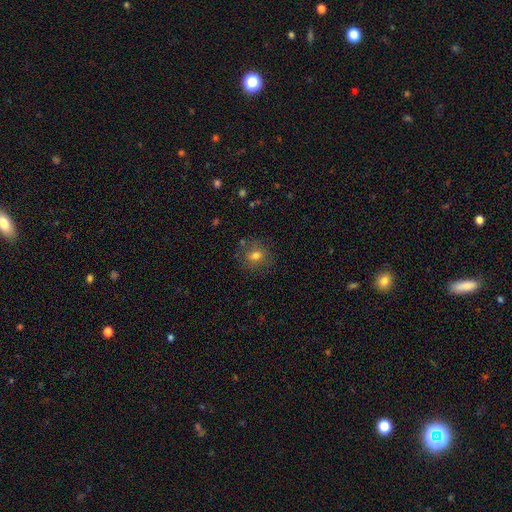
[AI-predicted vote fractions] Overall: smooth (73%). How rounded: round (78%). Merging: none (82%).